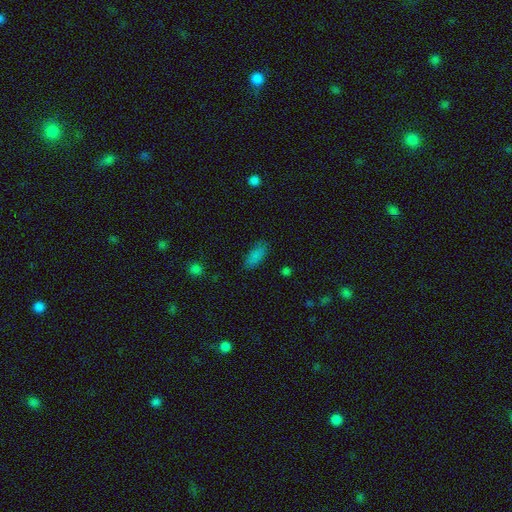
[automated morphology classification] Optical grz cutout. It shows a smooth galaxy with no disk features (84%) that is in between round and cigar-shaped (84%). Merging: none (81%).